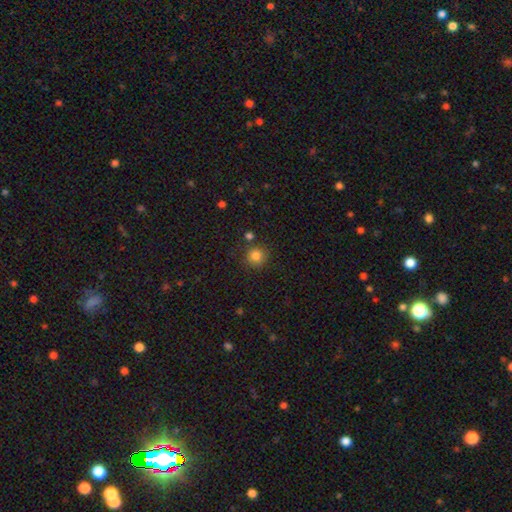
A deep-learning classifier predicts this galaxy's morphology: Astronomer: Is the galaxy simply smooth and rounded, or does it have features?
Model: smooth — 83%.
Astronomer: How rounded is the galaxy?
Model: round — 91%.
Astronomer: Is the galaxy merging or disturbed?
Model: none — 80%.